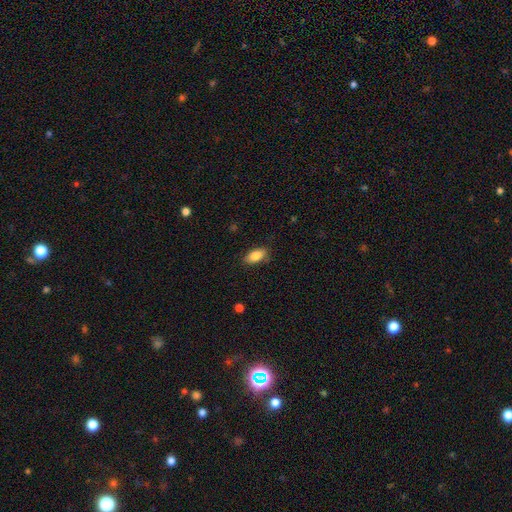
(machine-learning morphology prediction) type=smooth (85%); roundness=in between (90%); merging=none (81%).